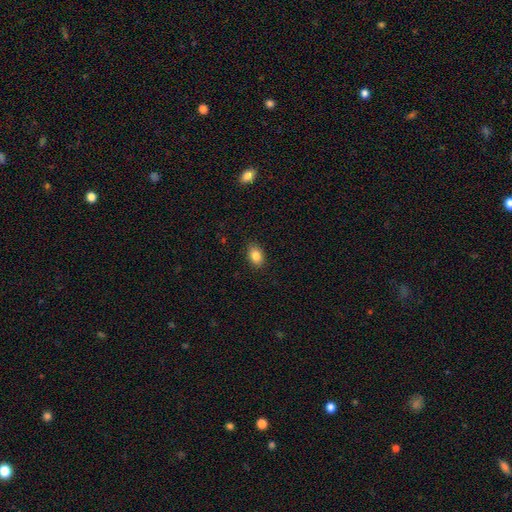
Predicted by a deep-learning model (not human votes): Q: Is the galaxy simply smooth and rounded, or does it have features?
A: smooth — 85%.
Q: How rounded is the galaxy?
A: in between — 81%.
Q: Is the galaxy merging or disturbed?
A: none — 88%.